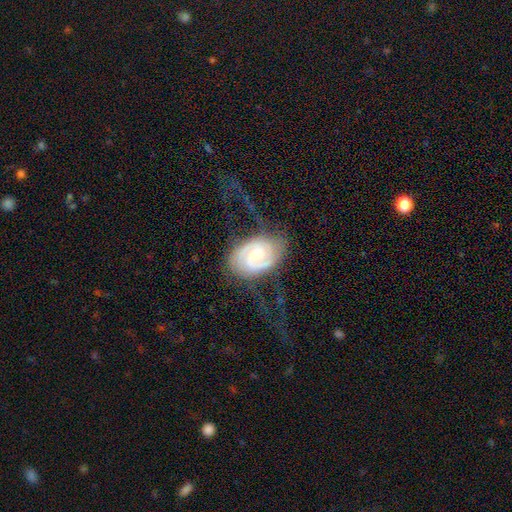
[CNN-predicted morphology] The model was most divided on "bulge size": moderate: 51%, small: 44%, large: 3%, none: 1%, dominant: 1%. More confident: edge-on disk — no (97%); spiral arms — yes (95%); smooth or featured — featured or disk (84%); spiral arm count — 2 (73%); merging — none (56%); spiral winding — tight (54%); bar — no (53%).